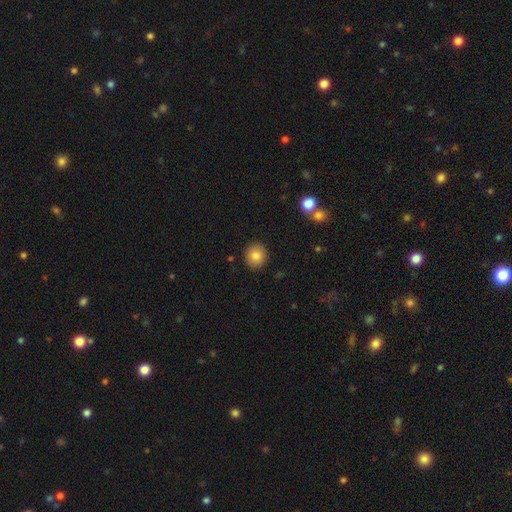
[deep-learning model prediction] Smooth or featured? smooth (82%)
How rounded? round (88%)
Merging? none (91%)